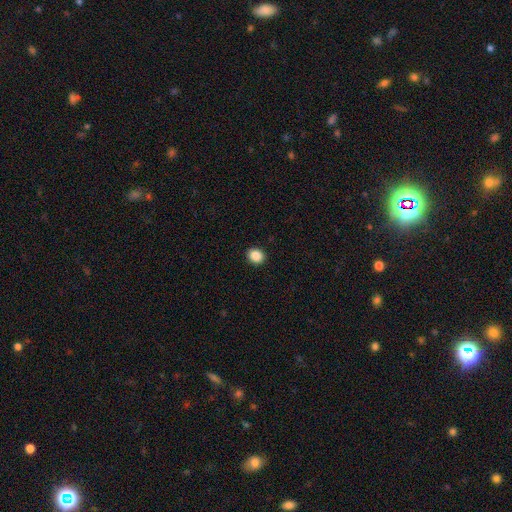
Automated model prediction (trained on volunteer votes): Smooth or featured: smooth — 88% (star or artifact — 9%)
How rounded: round — 71% (in between — 28%)
Merging: none — 92% (minor disturbance — 5%)